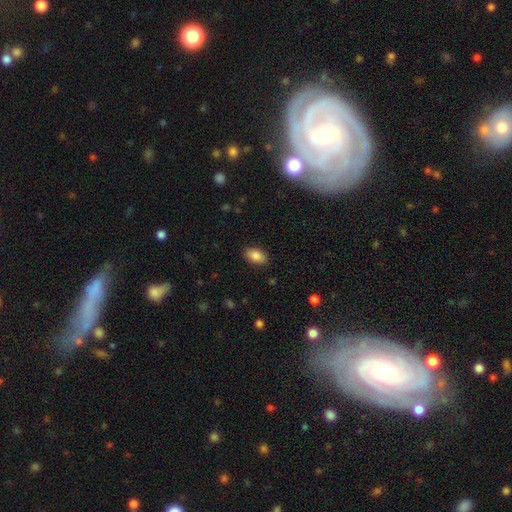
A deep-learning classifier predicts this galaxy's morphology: Smooth or featured?
  - smooth: 86% *
  - star or artifact: 8%
  - featured or disk: 6%
How rounded?
  - in between: 92% *
  - round: 6%
  - cigar-shaped: 2%
Merging?
  - none: 87% *
  - minor disturbance: 10%
  - major disturbance: 2%
  - merger: 1%